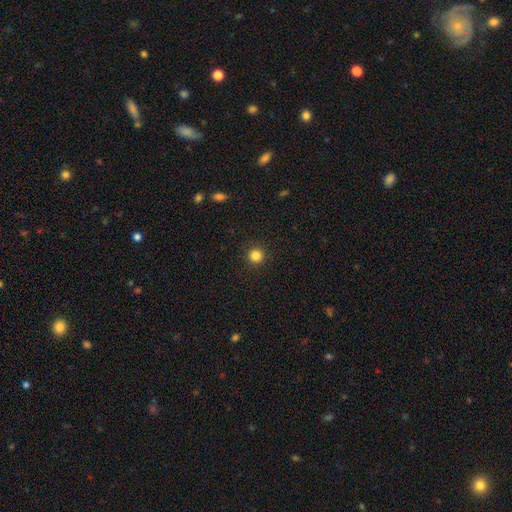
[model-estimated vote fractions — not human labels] A smooth galaxy with no disk features (84%) that is round (95%).

Vote fractions:
- Smooth or featured? smooth: 84% / star or artifact: 12% / featured or disk: 4%
- How rounded? round: 95% / in between: 4% / cigar-shaped: 1%
- Merging? none: 93% / minor disturbance: 5% / major disturbance: 2% / merger: 1%